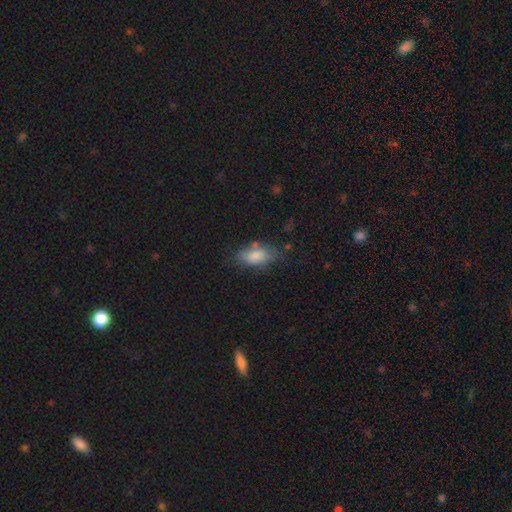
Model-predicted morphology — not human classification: A smooth galaxy with no disk features (81%) that is in between round and cigar-shaped (89%). Merging: none (61%).